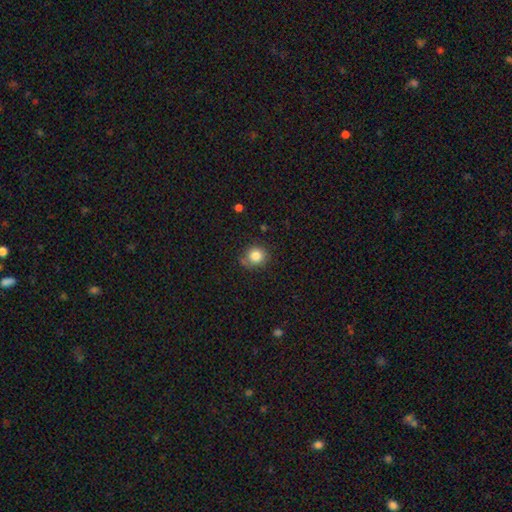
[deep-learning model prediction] The model was most divided on "merging": none: 77%, minor disturbance: 16%, major disturbance: 4%, merger: 3%. More confident: how rounded — round (86%); smooth or featured — smooth (83%).